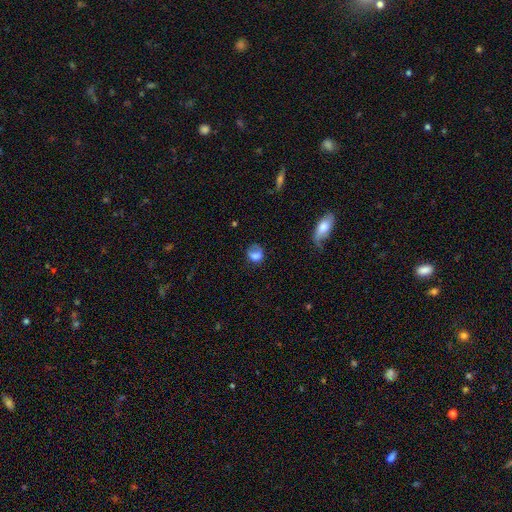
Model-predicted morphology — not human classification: Q: Smooth or featured?
A: smooth (69%); runner-up: featured or disk (21%)
Q: How rounded?
A: round (54%); runner-up: in between (44%)
Q: Merging?
A: none (39%); runner-up: major disturbance (29%)